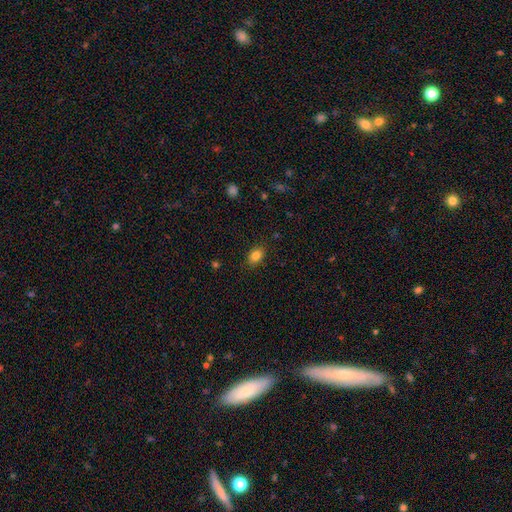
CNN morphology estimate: Smooth or featured?
  - smooth: 84% *
  - star or artifact: 10%
  - featured or disk: 6%
How rounded?
  - in between: 78% *
  - round: 21%
  - cigar-shaped: 1%
Merging?
  - none: 85% *
  - minor disturbance: 11%
  - major disturbance: 3%
  - merger: 1%